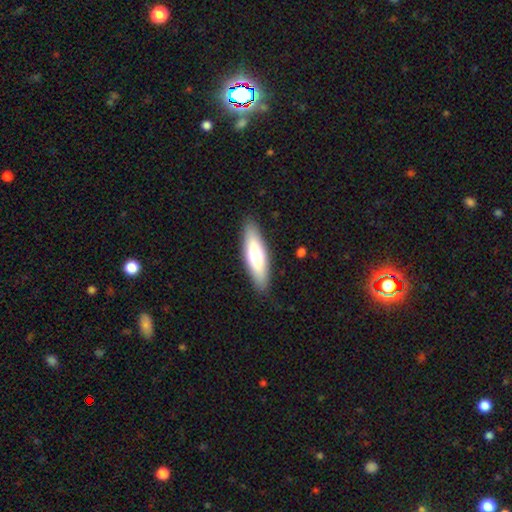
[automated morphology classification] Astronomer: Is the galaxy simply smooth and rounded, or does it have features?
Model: smooth — 66%.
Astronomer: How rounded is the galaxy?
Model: cigar-shaped — 58% (runner-up: in between, 40%).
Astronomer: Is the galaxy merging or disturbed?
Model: none — 88%.